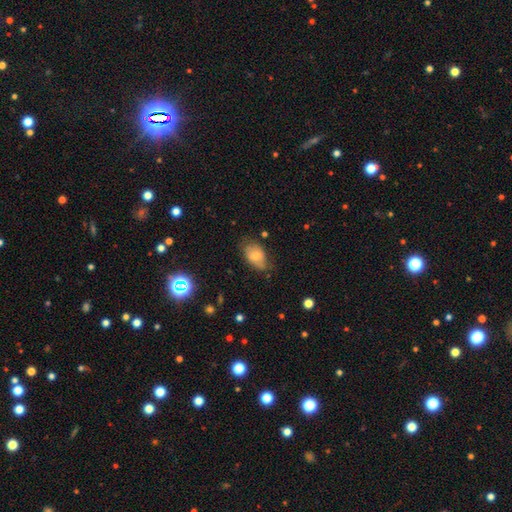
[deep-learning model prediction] Overall: smooth (69%). How rounded: in between (87%). Merging: none (55%; minor disturbance 33%).